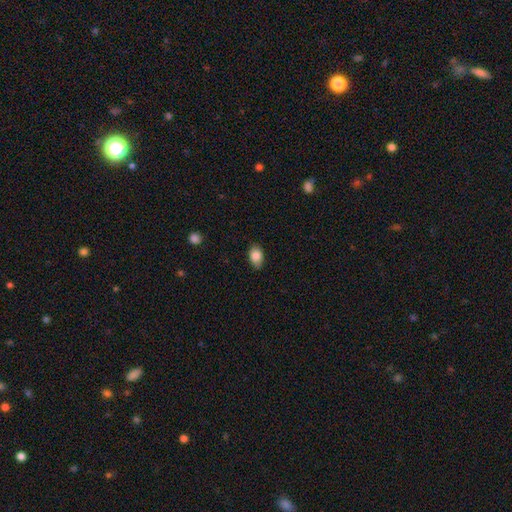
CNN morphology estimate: Smooth or featured? Predicted: smooth (p=0.86). How rounded? Predicted: in between (p=0.88). Merging? Predicted: none (p=0.83).